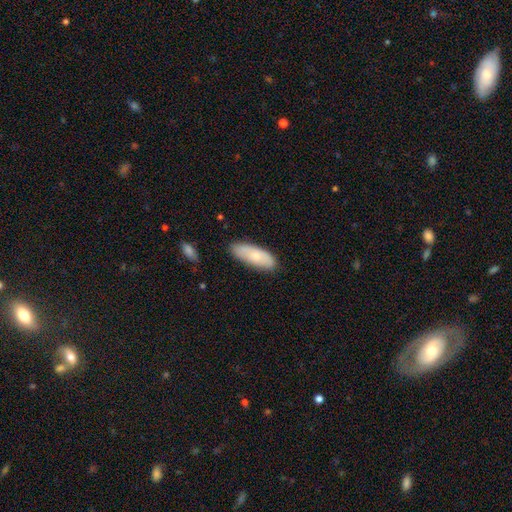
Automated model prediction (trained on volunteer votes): Q: Smooth or featured?
A: smooth (72%); runner-up: featured or disk (22%)
Q: How rounded?
A: in between (73%); runner-up: cigar-shaped (25%)
Q: Merging?
A: none (78%); runner-up: minor disturbance (17%)